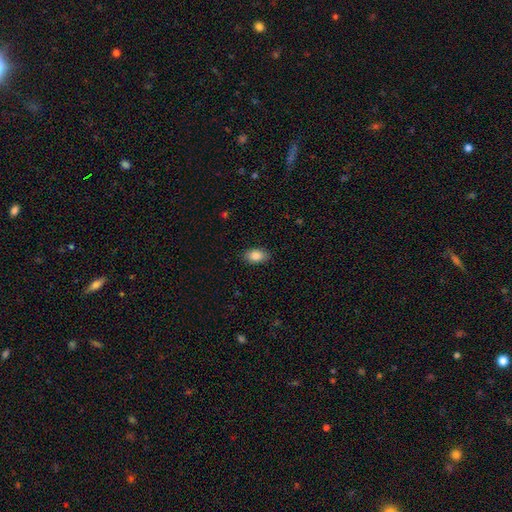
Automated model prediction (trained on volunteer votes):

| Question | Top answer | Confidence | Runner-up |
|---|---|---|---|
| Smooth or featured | smooth | 85% | star or artifact (8%) |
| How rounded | in between | 89% | round (10%) |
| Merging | none | 87% | minor disturbance (10%) |